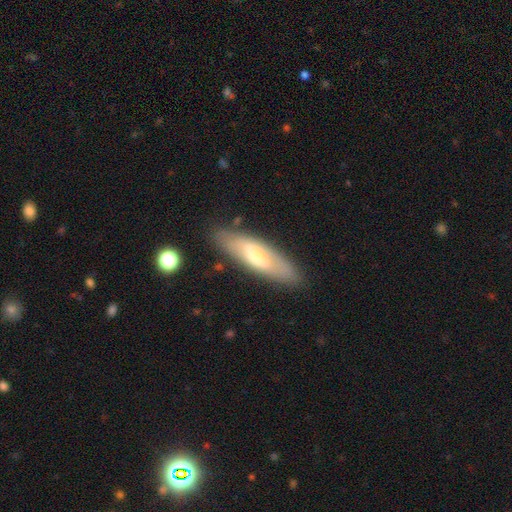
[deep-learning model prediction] Smooth or featured? Predicted: smooth (p=0.51). How rounded? Predicted: cigar-shaped (p=0.55). Merging? Predicted: none (p=0.82).